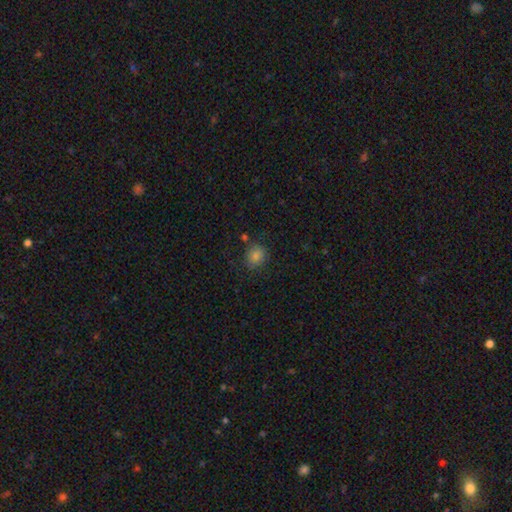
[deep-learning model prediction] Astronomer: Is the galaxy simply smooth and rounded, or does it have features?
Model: smooth — 79%.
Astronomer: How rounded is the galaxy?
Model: round — 75%.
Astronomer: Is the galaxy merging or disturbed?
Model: none — 80%.